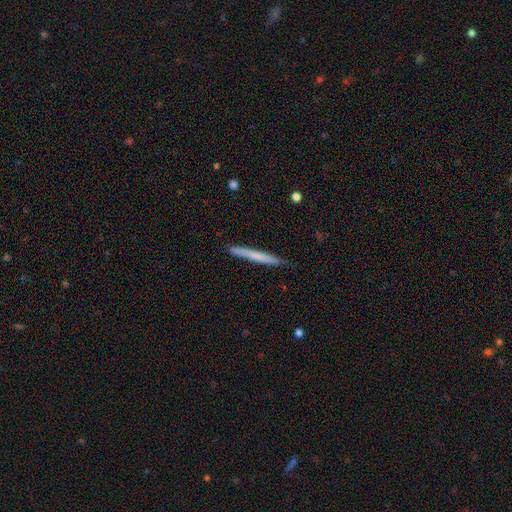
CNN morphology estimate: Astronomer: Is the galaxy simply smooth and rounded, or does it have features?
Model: smooth — 63%.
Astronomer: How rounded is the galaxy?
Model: cigar-shaped — 97%.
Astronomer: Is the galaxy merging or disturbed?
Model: none — 85%.